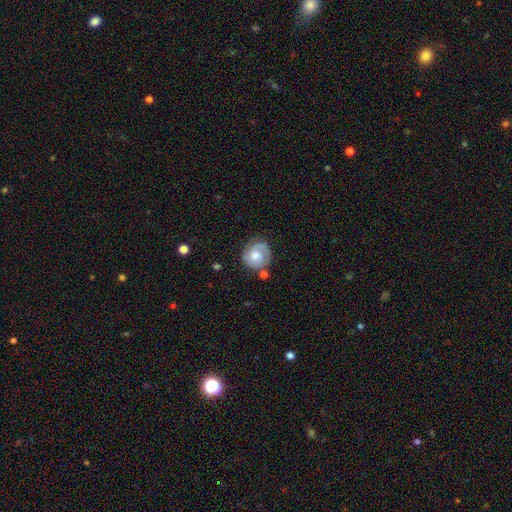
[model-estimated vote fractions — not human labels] Smooth or featured?
  - featured or disk: 74% *
  - smooth: 20%
  - star or artifact: 6%
Edge-on disk?
  - no: 98% *
  - yes: 2%
Bar?
  - no: 62% *
  - weak: 33%
  - strong: 5%
Spiral arms?
  - yes: 94% *
  - no: 6%
Spiral winding?
  - tight: 58% *
  - medium: 33%
  - loose: 9%
Spiral arm count?
  - 2: 70% *
  - 1: 15%
  - can't tell: 9%
  - 3: 4%
  - 4: 1%
  - more than 4: 1%
Bulge size?
  - moderate: 51% *
  - large: 23%
  - small: 17%
  - none: 7%
  - dominant: 2%
Merging?
  - none: 72% *
  - minor disturbance: 17%
  - major disturbance: 6%
  - merger: 5%